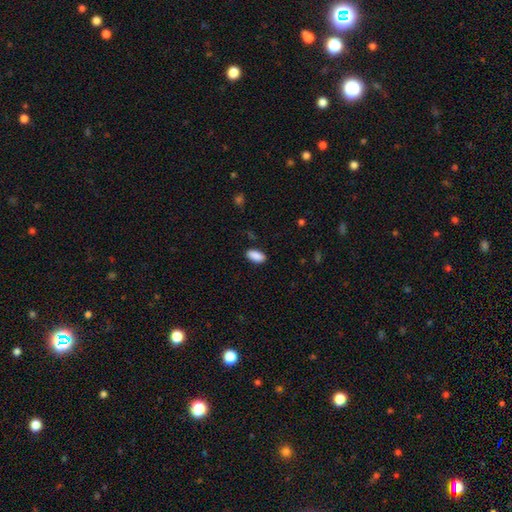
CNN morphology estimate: This appears to be a smooth galaxy with no disk features (90%) that is in between round and cigar-shaped (92%). Merging: none (86%).